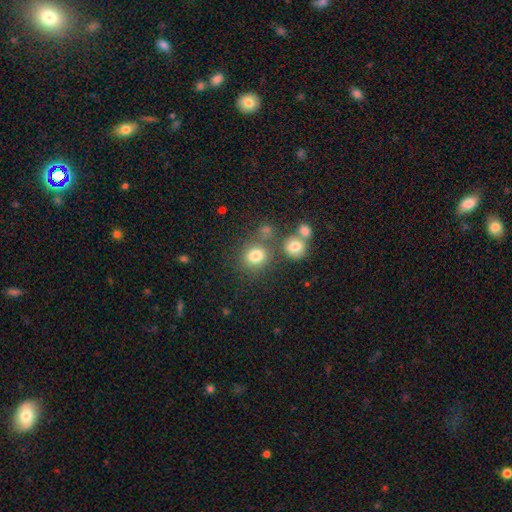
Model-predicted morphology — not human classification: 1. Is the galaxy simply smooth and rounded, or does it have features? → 78% smooth, 14% star or artifact, 8% featured or disk.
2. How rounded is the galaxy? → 78% round, 21% in between, 1% cigar-shaped.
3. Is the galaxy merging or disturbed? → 68% none, 16% merger, 11% minor disturbance, 5% major disturbance.